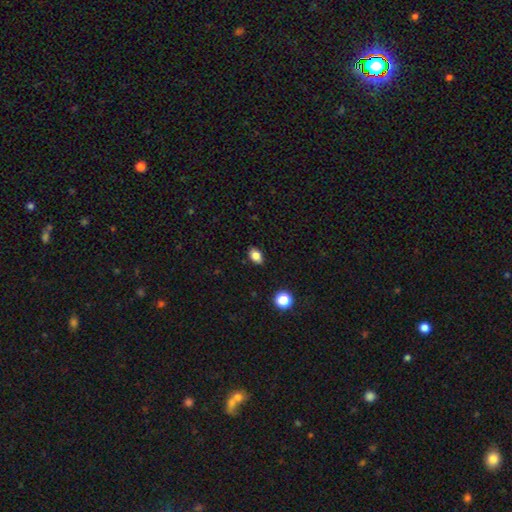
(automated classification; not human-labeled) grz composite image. It shows a smooth galaxy with no disk features (83%) that is in between round and cigar-shaped (83%). Merging: none (86%).